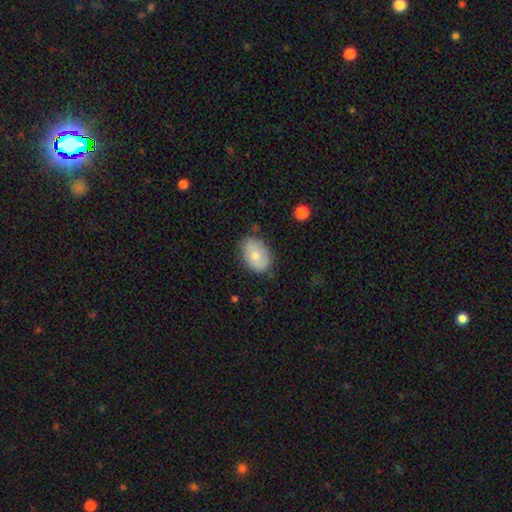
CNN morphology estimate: Smooth or featured? Predicted: smooth (p=0.73). How rounded? Predicted: in between (p=0.84). Merging? Predicted: none (p=0.72).